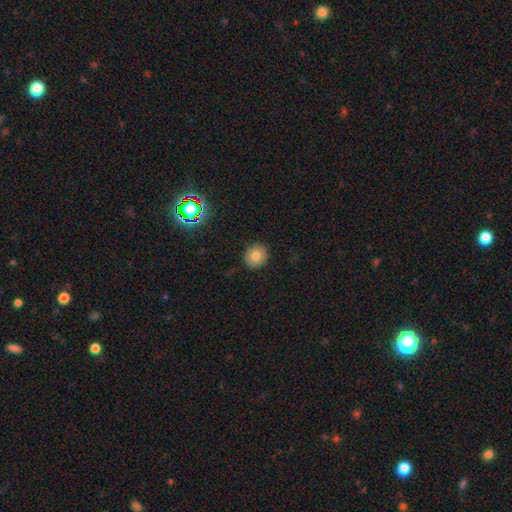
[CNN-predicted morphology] This appears to be a smooth galaxy with no disk features (78%) that is round (86%). Merging: none (91%).